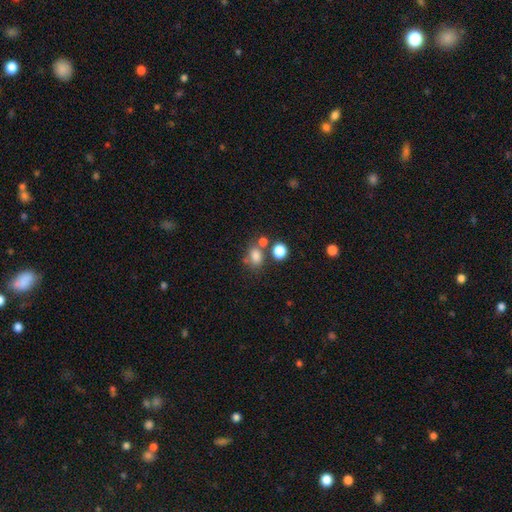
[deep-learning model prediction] Smooth or featured? smooth (77%)
How rounded? in between (54%)
Merging? none (53%)